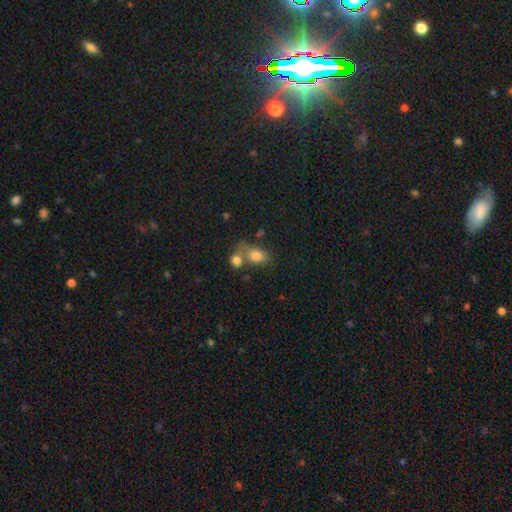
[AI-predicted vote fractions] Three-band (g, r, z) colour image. It shows a smooth galaxy with no disk features (79%) that is in between round and cigar-shaped (75%). Merging: merger (43%).